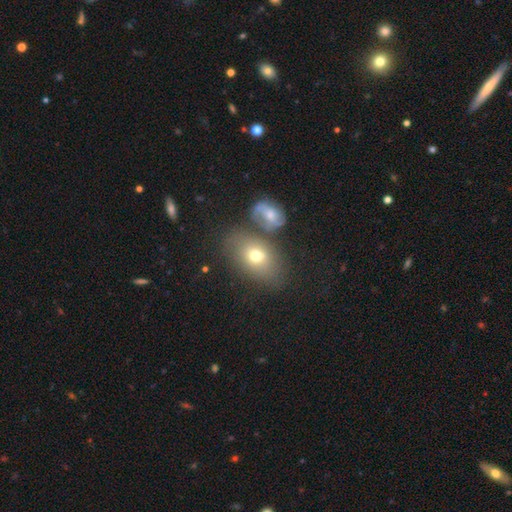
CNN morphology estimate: type=smooth (66%); roundness=in between (76%); merging=none (52%).